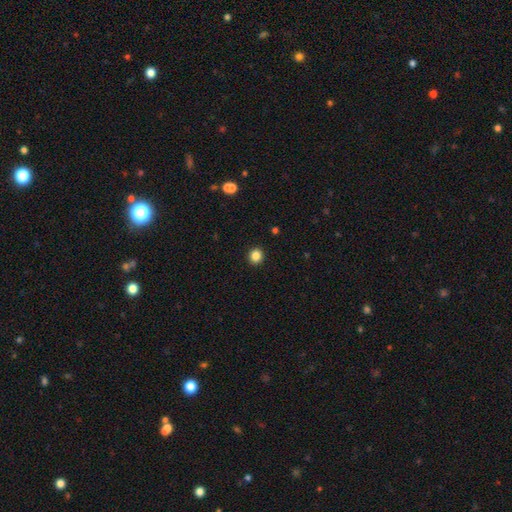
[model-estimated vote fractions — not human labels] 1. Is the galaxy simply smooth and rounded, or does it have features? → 85% smooth, 11% star or artifact, 4% featured or disk.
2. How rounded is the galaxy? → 86% round, 13% in between, 1% cigar-shaped.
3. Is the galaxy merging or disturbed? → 93% none, 5% minor disturbance, 2% major disturbance, 1% merger.